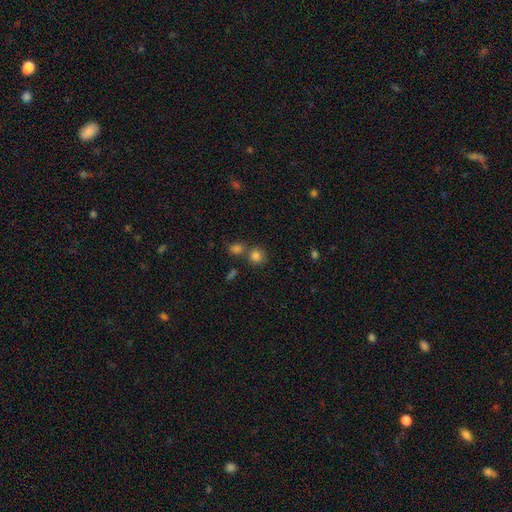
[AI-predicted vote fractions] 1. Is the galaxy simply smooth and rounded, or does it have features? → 82% smooth, 12% star or artifact, 6% featured or disk.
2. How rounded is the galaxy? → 80% round, 19% in between, 1% cigar-shaped.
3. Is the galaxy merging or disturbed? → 59% none, 28% merger, 10% minor disturbance, 4% major disturbance.